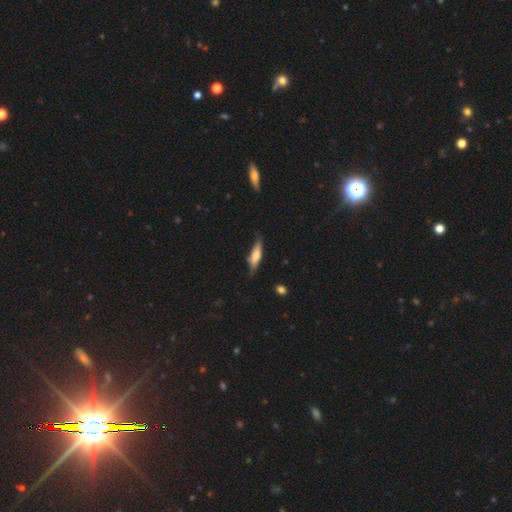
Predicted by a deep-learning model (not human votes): This appears to be a smooth galaxy with no disk features (57%) that is cigar-shaped (67%). Merging: none (73%).